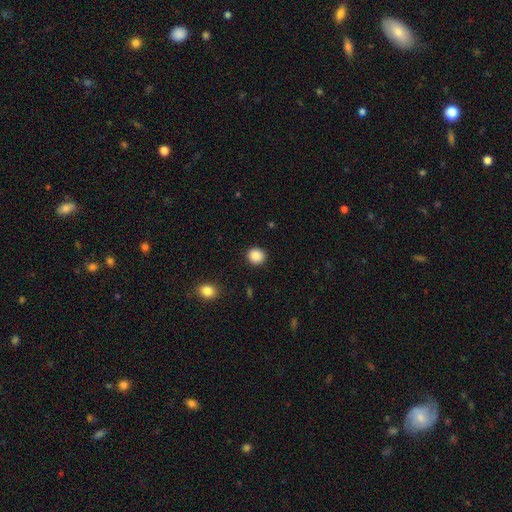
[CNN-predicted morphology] Q: Smooth or featured?
A: smooth (88%); runner-up: star or artifact (9%)
Q: How rounded?
A: round (85%); runner-up: in between (14%)
Q: Merging?
A: none (91%); runner-up: minor disturbance (6%)